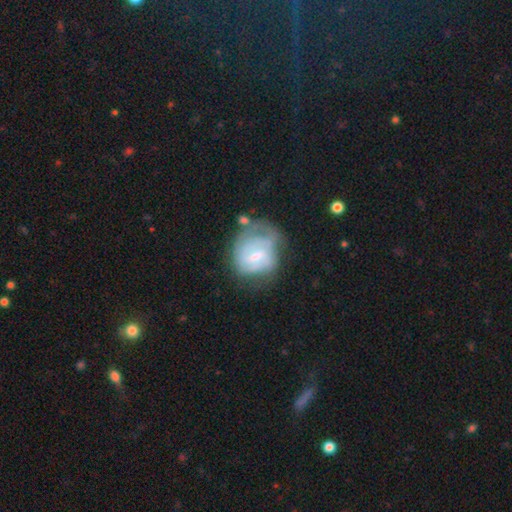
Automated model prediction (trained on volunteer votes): Smooth or featured? featured or disk (67%)
Edge-on disk? no (98%)
Bar? weak (59%)
Spiral arms? yes (77%)
Spiral winding? tight (48%)
Spiral arm count? can't tell (39%)
Bulge size? small (50%)
Merging? none (35%)